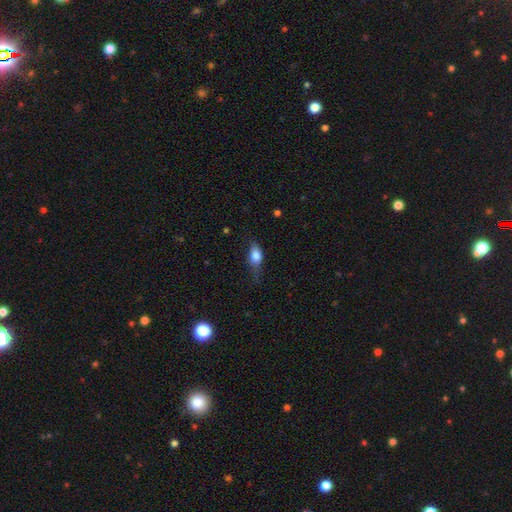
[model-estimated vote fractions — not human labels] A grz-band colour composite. It shows a smooth galaxy with no disk features (73%) that is in between round and cigar-shaped (76%). Merging: none (49%).